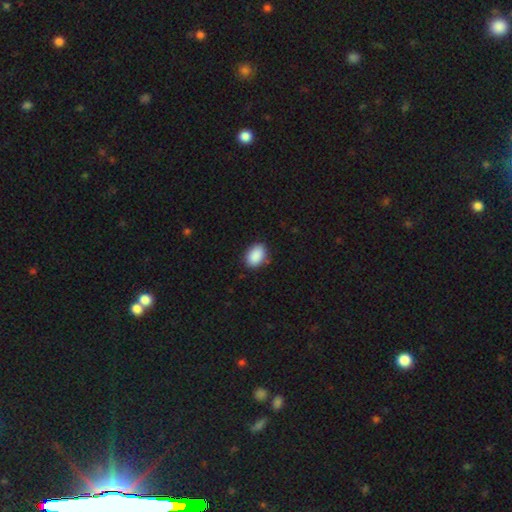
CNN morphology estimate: type=smooth (90%); roundness=in between (85%); merging=none (86%).